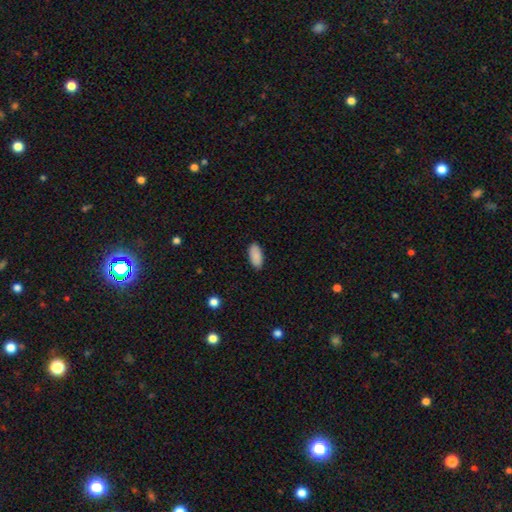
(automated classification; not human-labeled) Q: Smooth or featured?
A: smooth (90%); runner-up: star or artifact (7%)
Q: How rounded?
A: in between (92%); runner-up: cigar-shaped (6%)
Q: Merging?
A: none (88%); runner-up: minor disturbance (9%)